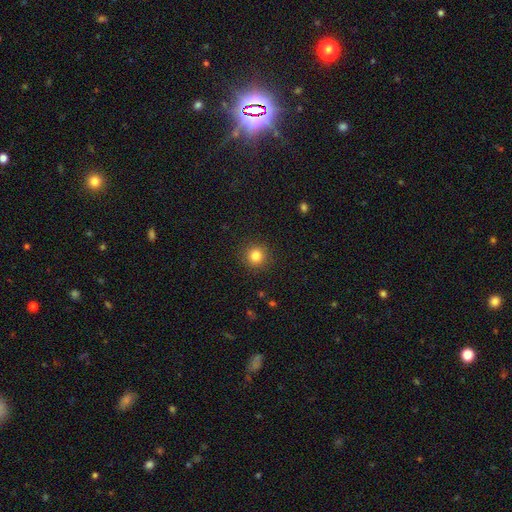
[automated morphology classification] smooth-or-featured: smooth: 83% | star or artifact: 12% | featured or disk: 5%
  how-rounded: round: 93% | in between: 6% | cigar-shaped: 1%
  merging: none: 91% | minor disturbance: 6% | major disturbance: 2% | merger: 1%